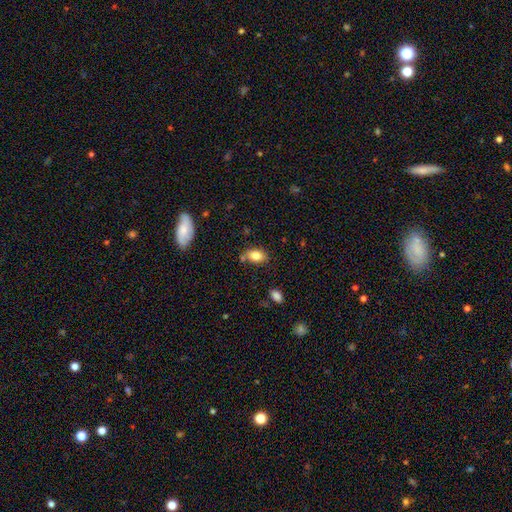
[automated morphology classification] This appears to be a smooth galaxy with no disk features (82%) that is in between round and cigar-shaped (85%). Merging: none (69%).